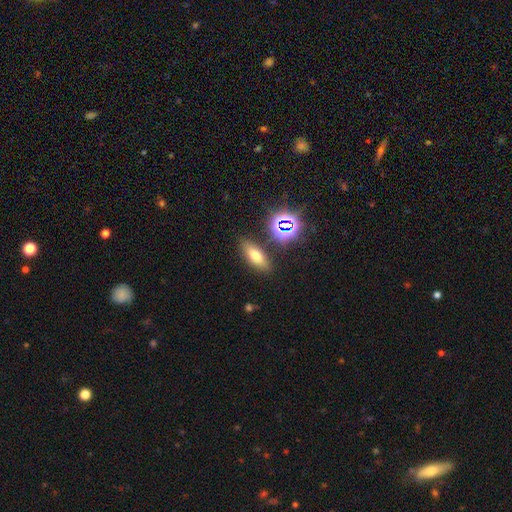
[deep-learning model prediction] Smooth or featured? smooth (62%)
How rounded? in between (68%)
Merging? none (82%)